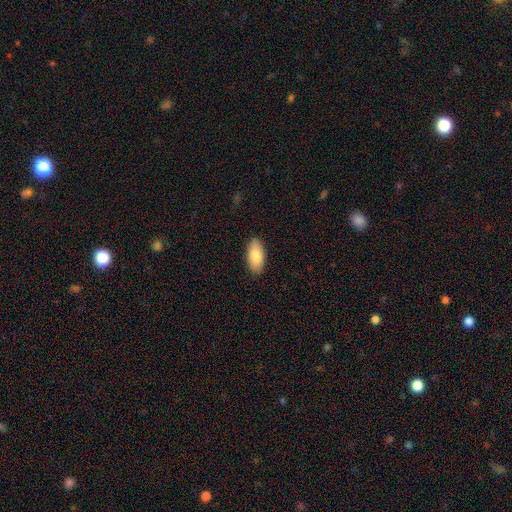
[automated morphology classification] A smooth galaxy with no disk features (83%) that is in between round and cigar-shaped (92%).

Vote fractions:
- Smooth or featured? smooth: 83% / featured or disk: 11% / star or artifact: 6%
- How rounded? in between: 92% / cigar-shaped: 5% / round: 2%
- Merging? none: 90% / minor disturbance: 8% / major disturbance: 2% / merger: 1%